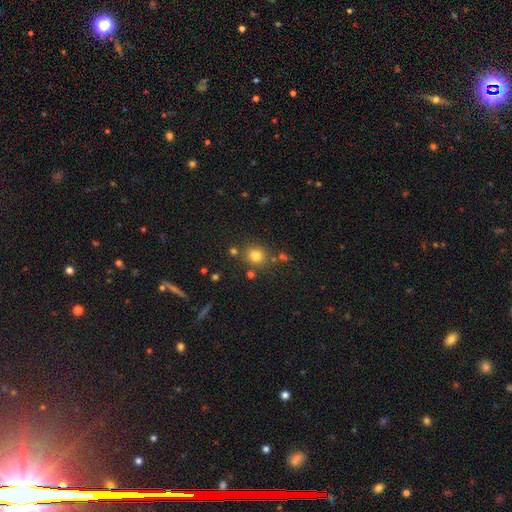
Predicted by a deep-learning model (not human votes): A smooth galaxy with no disk features (78%) that is round (82%). Merging: none (79%).